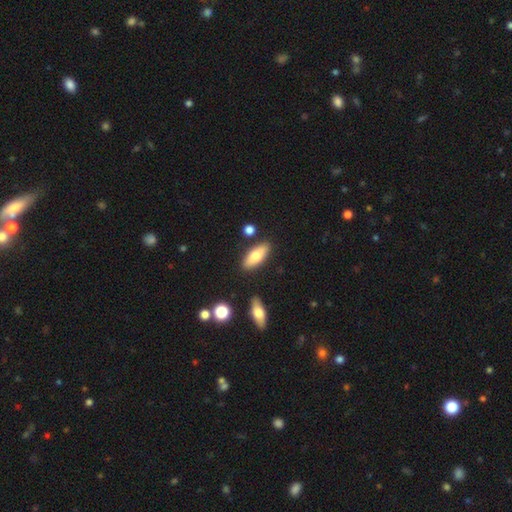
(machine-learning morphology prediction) smooth-or-featured: smooth: 73% | featured or disk: 21% | star or artifact: 6%
  how-rounded: in between: 72% | cigar-shaped: 25% | round: 2%
  merging: none: 83% | minor disturbance: 10% | merger: 5% | major disturbance: 2%